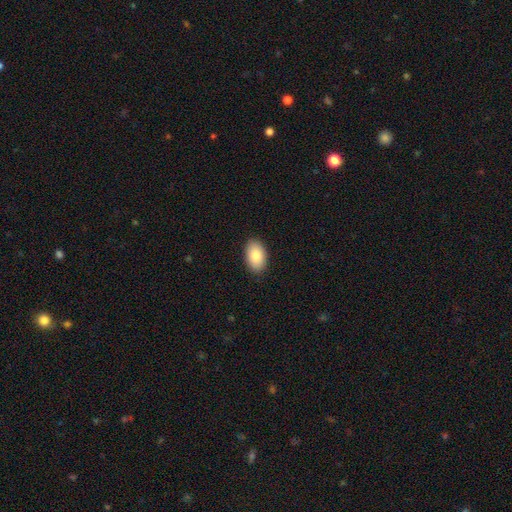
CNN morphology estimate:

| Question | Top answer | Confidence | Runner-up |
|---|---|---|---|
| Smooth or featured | smooth | 85% | featured or disk (9%) |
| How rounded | in between | 93% | round (5%) |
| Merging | none | 89% | minor disturbance (8%) |